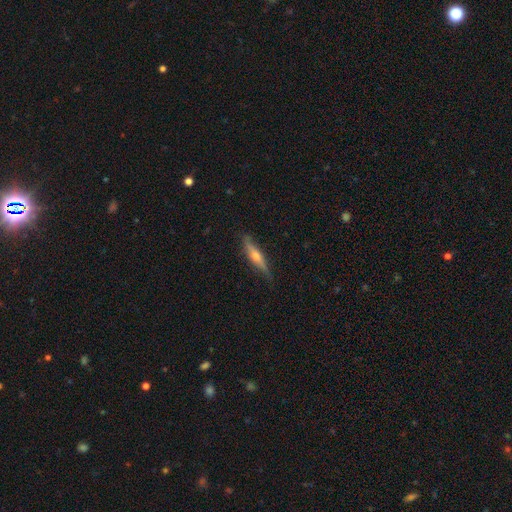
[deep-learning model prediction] smooth_or_featured: featured or disk (p=0.62) [alt: smooth p=0.32]
disk_edge_on: yes (p=0.94) [alt: no p=0.06]
edge_on_bulge: rounded (p=0.85) [alt: none p=0.09]
merging: none (p=0.83) [alt: minor disturbance p=0.14]